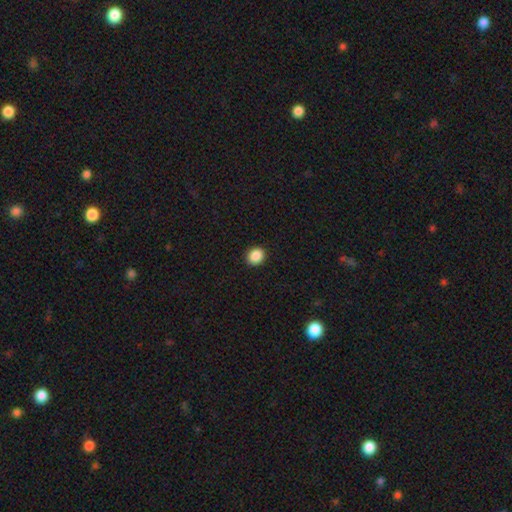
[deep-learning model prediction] Smooth or featured: smooth — 88% (star or artifact — 9%)
How rounded: round — 62% (in between — 37%)
Merging: none — 91% (minor disturbance — 6%)